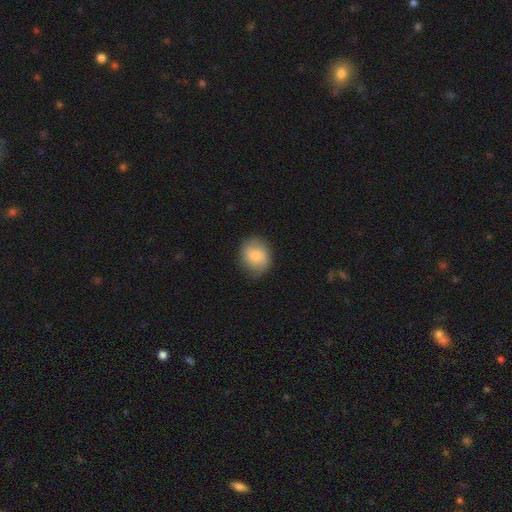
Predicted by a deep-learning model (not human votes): smooth-or-featured: smooth: 77% | featured or disk: 16% | star or artifact: 7%
  how-rounded: round: 66% | in between: 33% | cigar-shaped: 1%
  merging: none: 77% | minor disturbance: 18% | major disturbance: 4% | merger: 1%